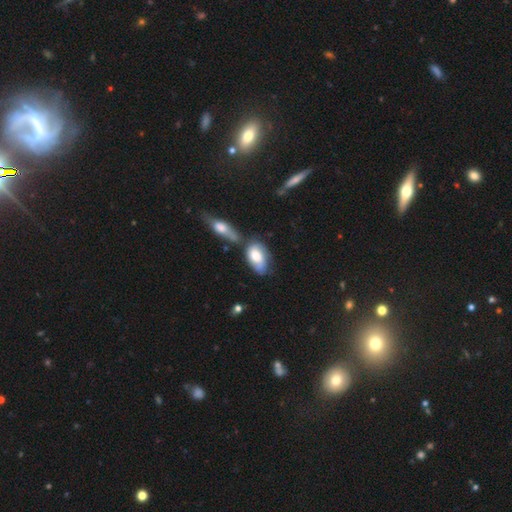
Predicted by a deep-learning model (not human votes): Smooth or featured? smooth (54%)
How rounded? in between (91%)
Merging? none (39%)